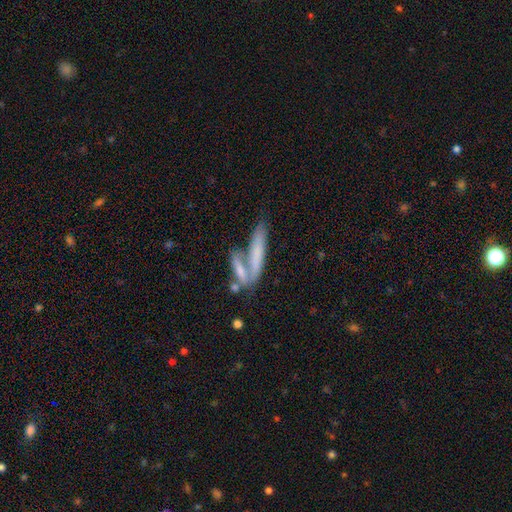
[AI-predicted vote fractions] The model was most divided on "merging": merger: 48%, none: 35%, minor disturbance: 10%, major disturbance: 7%. More confident: how rounded — cigar-shaped (79%); smooth or featured — smooth (53%).